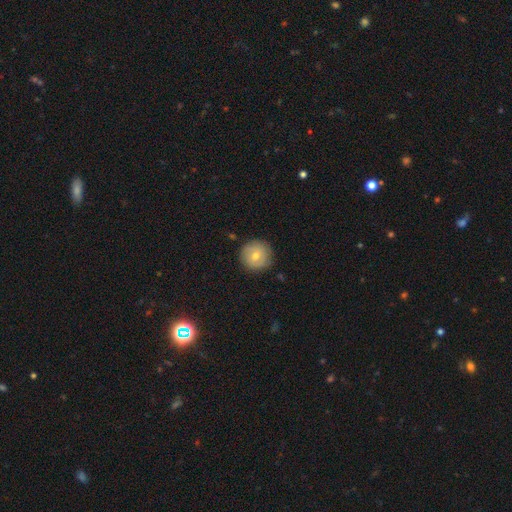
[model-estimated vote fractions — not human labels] Smooth or featured? smooth (67%)
How rounded? round (95%)
Merging? none (85%)